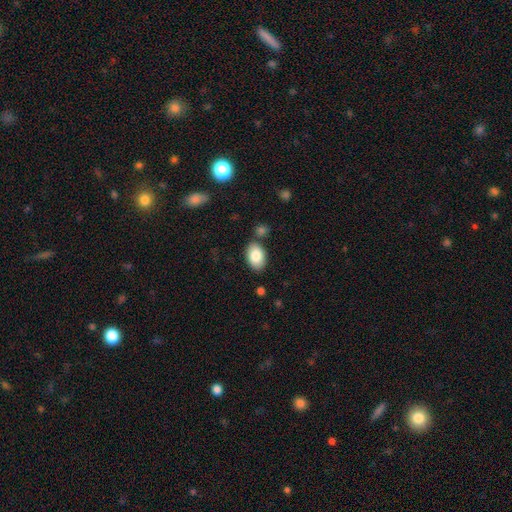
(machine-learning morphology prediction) smooth-or-featured: smooth: 85% | featured or disk: 9% | star or artifact: 7%
  how-rounded: in between: 90% | round: 9% | cigar-shaped: 1%
  merging: none: 80% | minor disturbance: 12% | merger: 6% | major disturbance: 3%